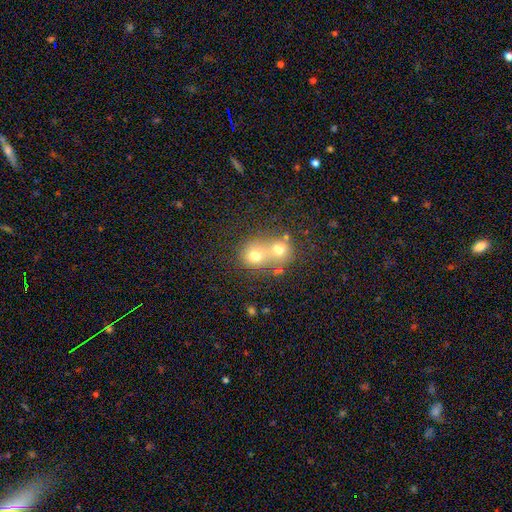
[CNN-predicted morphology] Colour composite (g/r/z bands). It shows a smooth galaxy with no disk features (68%) that is round (74%). Merging: merger (66%).